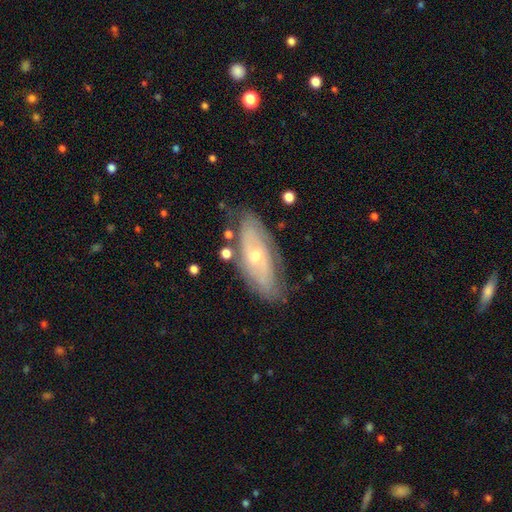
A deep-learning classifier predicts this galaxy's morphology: Smooth or featured? featured or disk (73%)
Edge-on disk? no (86%)
Bar? no (69%)
Spiral arms? yes (81%)
Spiral winding? tight (58%)
Spiral arm count? can't tell (50%)
Bulge size? small (55%)
Merging? none (71%)